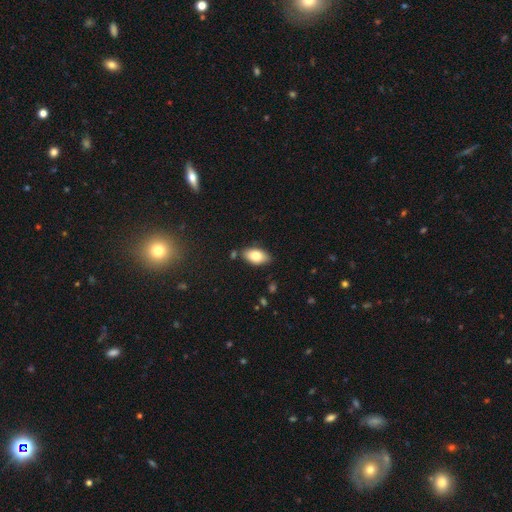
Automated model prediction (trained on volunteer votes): Smooth or featured? Predicted: smooth (p=0.79). How rounded? Predicted: in between (p=0.93). Merging? Predicted: none (p=0.81).